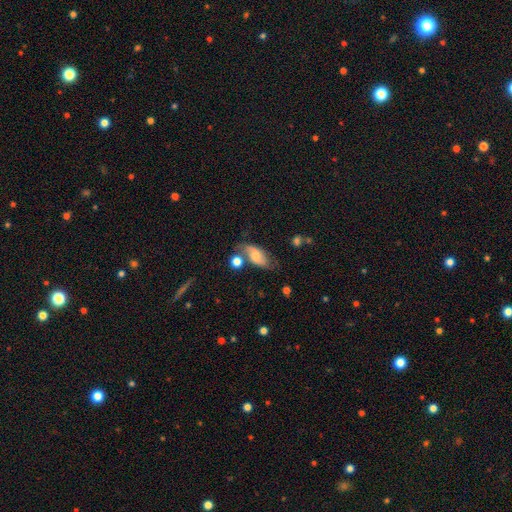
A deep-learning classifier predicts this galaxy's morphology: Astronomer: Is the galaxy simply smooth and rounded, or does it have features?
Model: smooth — 48% (runner-up: featured or disk, 44%).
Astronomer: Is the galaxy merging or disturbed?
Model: none — 54%.